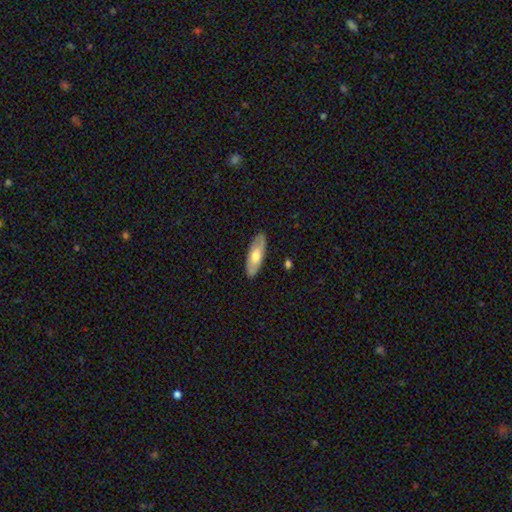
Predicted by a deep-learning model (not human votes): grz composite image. It shows a smooth galaxy with no disk features (56%) that is in between round and cigar-shaped (71%). Merging: none (87%).